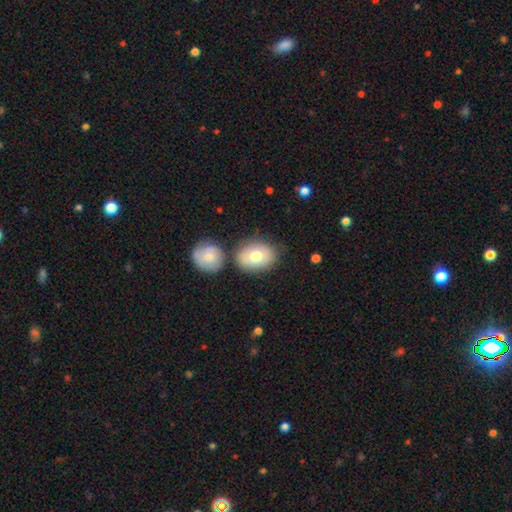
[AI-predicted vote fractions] This is likely a smooth galaxy (72%). How rounded: possibly in between (53%). Merging: likely none (69%).